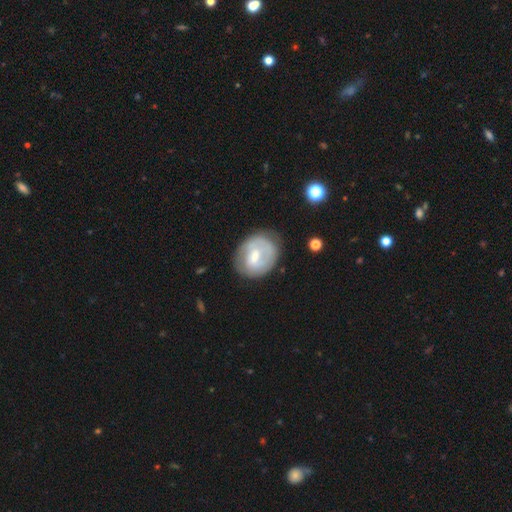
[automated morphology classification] featured or disk 51%, smooth 42%, star or artifact 6%. Down the decision tree: edge-on disk — no (96%); merging — none (65%).